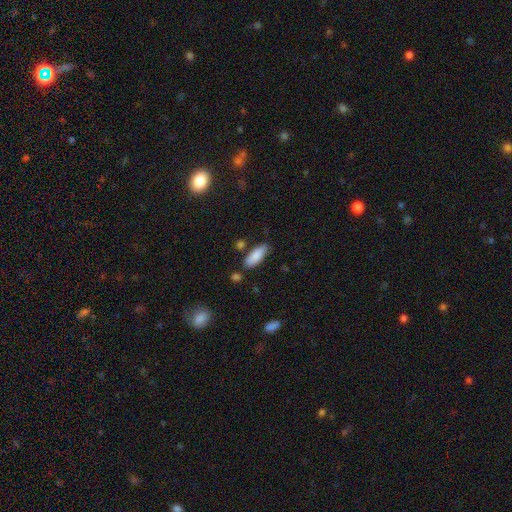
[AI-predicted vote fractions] Smooth or featured? smooth (86%)
How rounded? in between (73%)
Merging? none (76%)